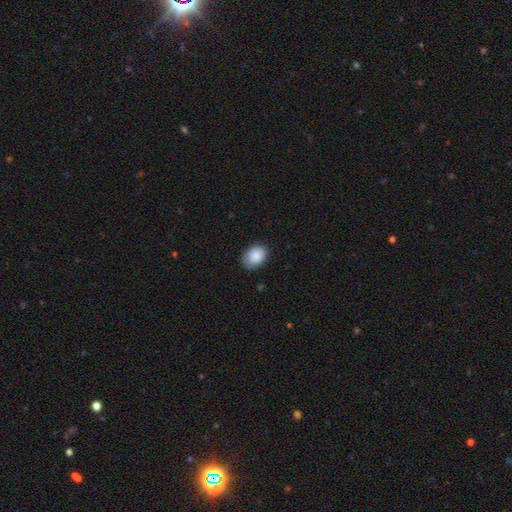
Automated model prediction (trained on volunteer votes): A smooth galaxy with no disk features (88%) that is in between round and cigar-shaped (74%).

Vote fractions:
- Smooth or featured? smooth: 88% / star or artifact: 7% / featured or disk: 5%
- How rounded? in between: 74% / round: 25% / cigar-shaped: 1%
- Merging? none: 80% / minor disturbance: 16% / major disturbance: 3% / merger: 1%